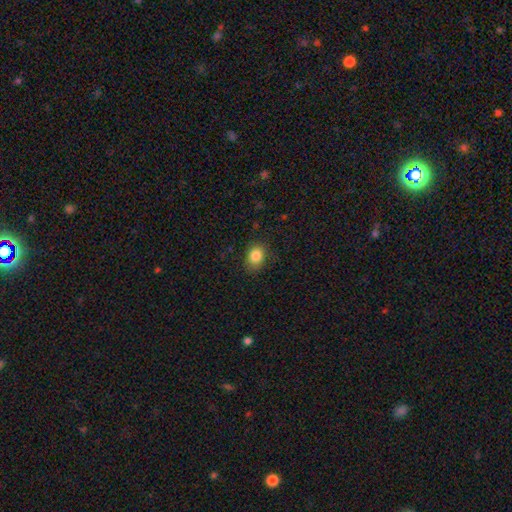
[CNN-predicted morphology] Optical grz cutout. It shows a smooth galaxy with no disk features (84%) that is in between round and cigar-shaped (59%). Merging: none (82%).